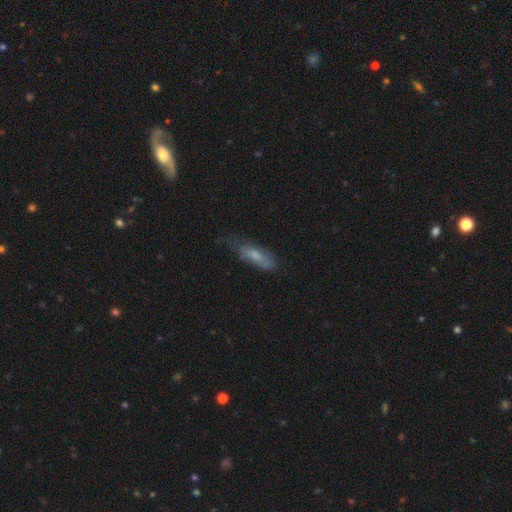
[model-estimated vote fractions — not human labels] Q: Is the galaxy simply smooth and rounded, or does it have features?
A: smooth — 62%.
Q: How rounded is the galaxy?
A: in between — 50%.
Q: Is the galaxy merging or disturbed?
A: none — 56%.